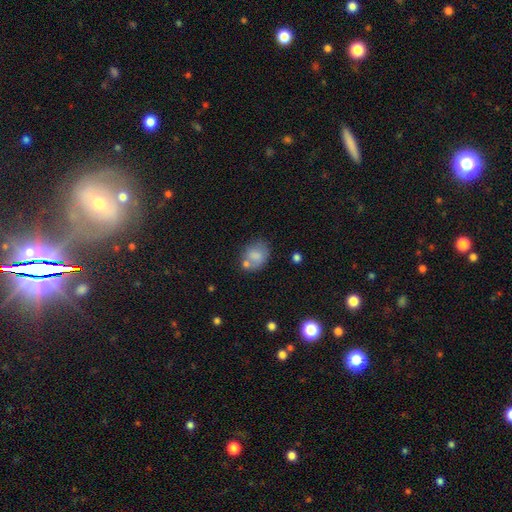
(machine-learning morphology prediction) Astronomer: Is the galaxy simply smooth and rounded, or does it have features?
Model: smooth — 75%.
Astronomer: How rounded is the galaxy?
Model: in between — 52% (runner-up: round, 47%).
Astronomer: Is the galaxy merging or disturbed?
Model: none — 52%.